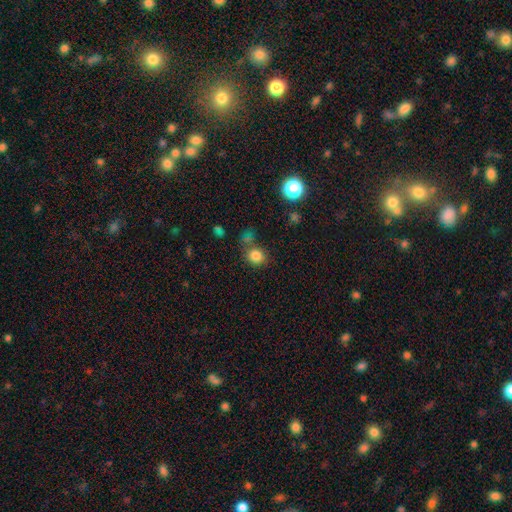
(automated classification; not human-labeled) A smooth galaxy with no disk features (81%) that is round (77%). Merging: none (65%).